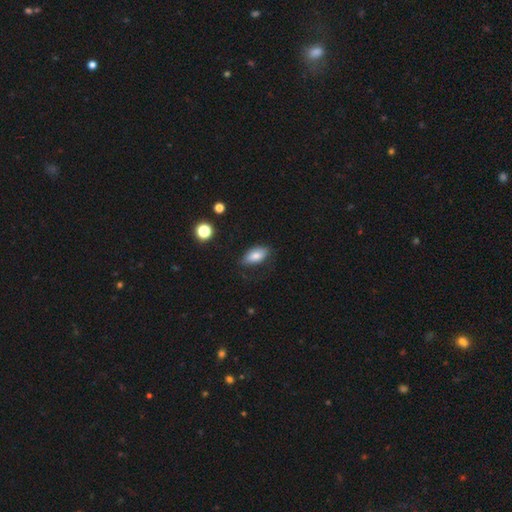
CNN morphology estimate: smooth 78%, featured or disk 14%, star or artifact 8%. Down the decision tree: how rounded — in between (90%); merging — none (73%).